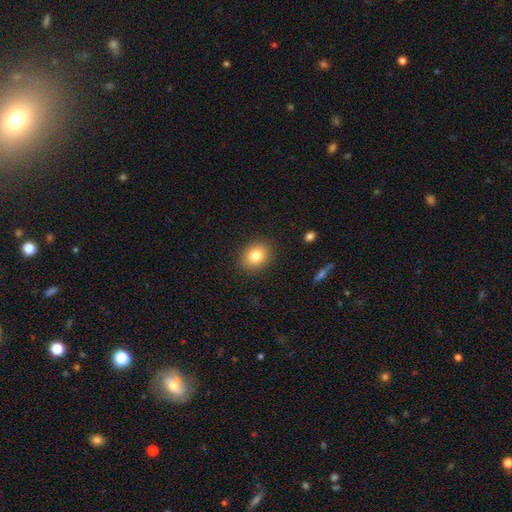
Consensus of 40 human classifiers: Overall: smooth (80%). How rounded: in between (66%; round 34%). Merging: none (97%).